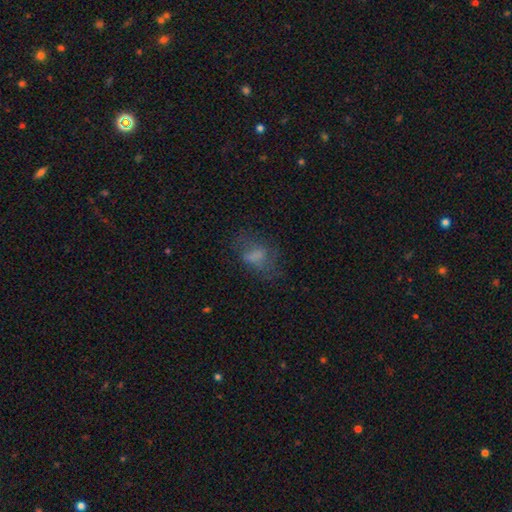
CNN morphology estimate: Overall: smooth (55%; featured or disk 29%). How rounded: in between (78%). Merging: none (52%; major disturbance 25%).